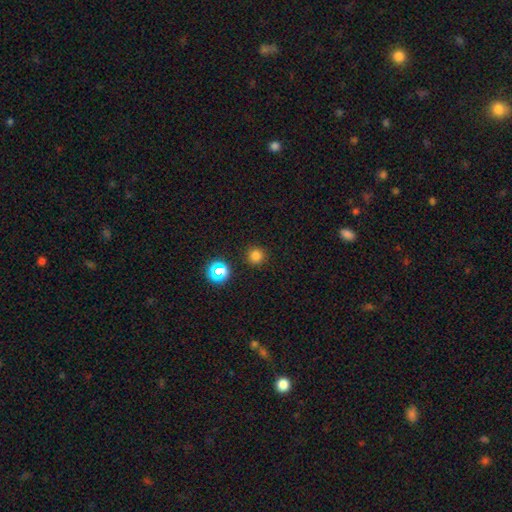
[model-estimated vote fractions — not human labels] Smooth or featured? smooth (77%)
How rounded? round (95%)
Merging? none (90%)